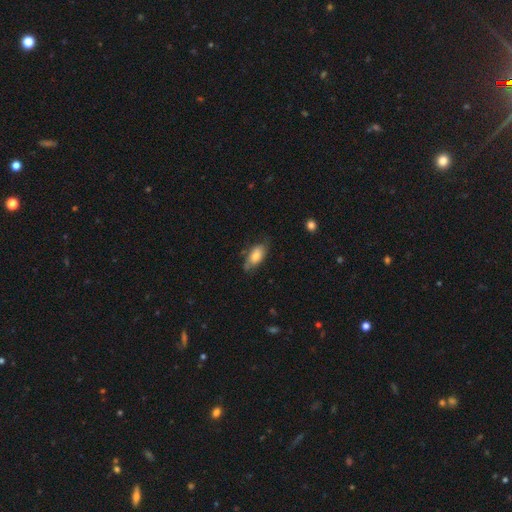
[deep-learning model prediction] Overall: smooth (71%). How rounded: in between (90%). Merging: none (61%; minor disturbance 28%).